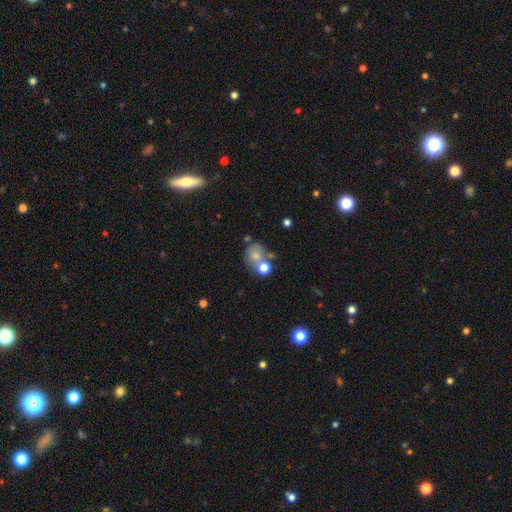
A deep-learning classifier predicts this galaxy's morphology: Smooth or featured? Predicted: smooth (p=0.66). How rounded? Predicted: round (p=0.67). Merging? Predicted: merger (p=0.39).